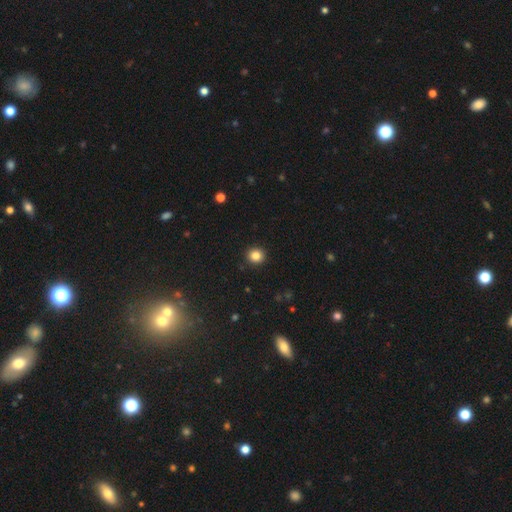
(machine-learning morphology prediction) smooth 84%, star or artifact 11%, featured or disk 5%. Down the decision tree: how rounded — round (92%); merging — none (93%).